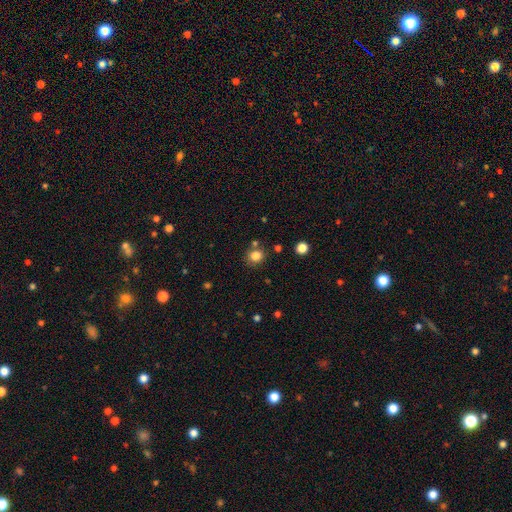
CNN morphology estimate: type=smooth (82%); roundness=round (80%); merging=none (77%).